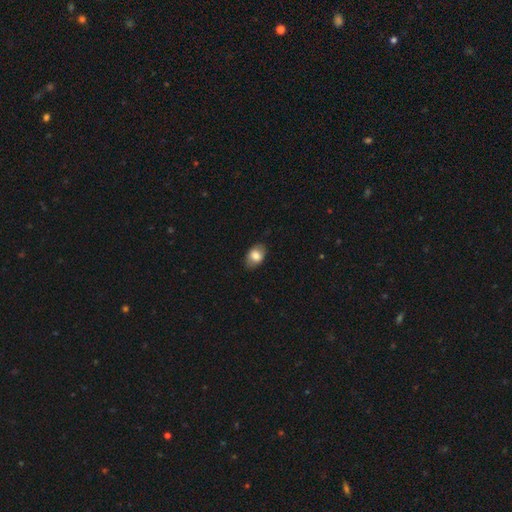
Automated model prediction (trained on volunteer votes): Smooth or featured? smooth (79%)
How rounded? in between (83%)
Merging? none (81%)